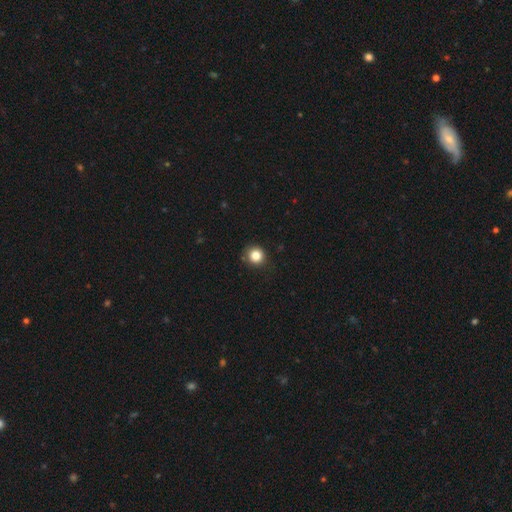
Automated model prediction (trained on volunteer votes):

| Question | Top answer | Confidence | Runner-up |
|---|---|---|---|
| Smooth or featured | smooth | 84% | star or artifact (11%) |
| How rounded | round | 93% | in between (6%) |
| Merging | none | 87% | minor disturbance (9%) |